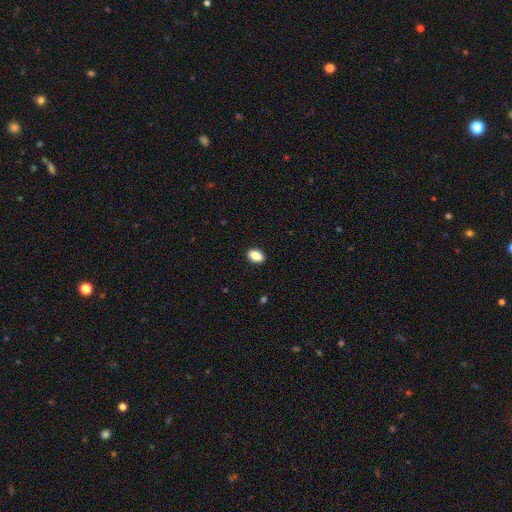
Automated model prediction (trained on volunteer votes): Smooth or featured? smooth (87%)
How rounded? in between (88%)
Merging? none (90%)